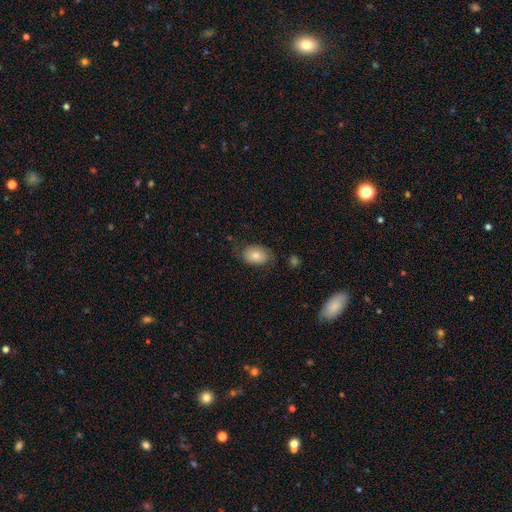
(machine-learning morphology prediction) smooth_or_featured: smooth (p=0.77) [alt: featured or disk p=0.16]
how_rounded: in between (p=0.85) [alt: round p=0.14]
merging: none (p=0.67) [alt: minor disturbance p=0.23]